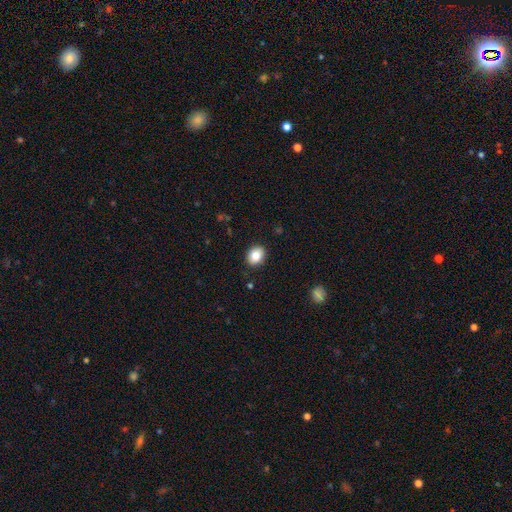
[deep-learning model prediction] Q: Smooth or featured?
A: smooth (85%); runner-up: star or artifact (9%)
Q: How rounded?
A: in between (55%); runner-up: round (44%)
Q: Merging?
A: none (89%); runner-up: minor disturbance (8%)